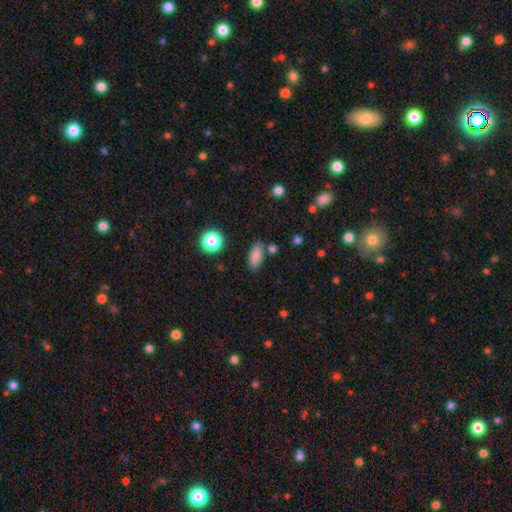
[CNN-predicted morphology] Smooth or featured: smooth — 84% (star or artifact — 10%)
How rounded: in between — 81% (cigar-shaped — 14%)
Merging: none — 79% (minor disturbance — 12%)